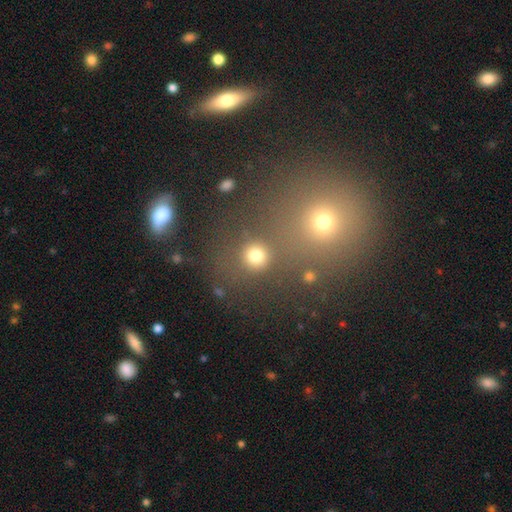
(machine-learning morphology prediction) Smooth or featured: smooth — 75% (star or artifact — 18%)
How rounded: round — 86% (in between — 13%)
Merging: none — 69% (merger — 15%)